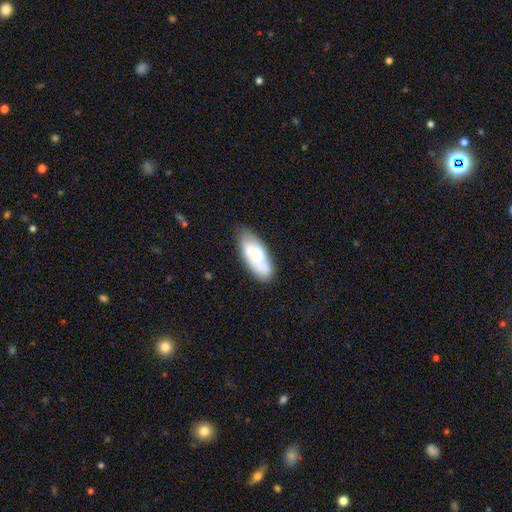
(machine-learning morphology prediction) Smooth or featured: smooth — 62% (featured or disk — 31%)
How rounded: in between — 80% (cigar-shaped — 17%)
Merging: none — 70% (minor disturbance — 22%)